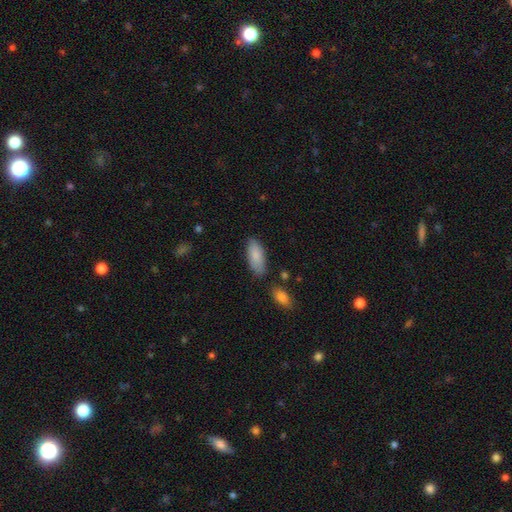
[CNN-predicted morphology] A smooth galaxy with no disk features (85%) that is in between round and cigar-shaped (87%). Merging: none (74%).